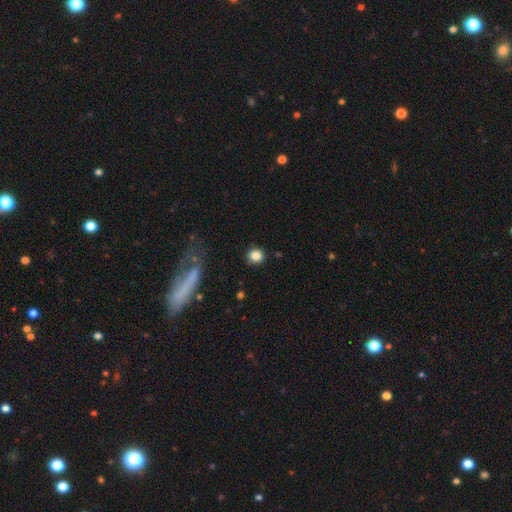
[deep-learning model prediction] Morphology: type=smooth (85%); roundness=round (85%); merging=none (88%).